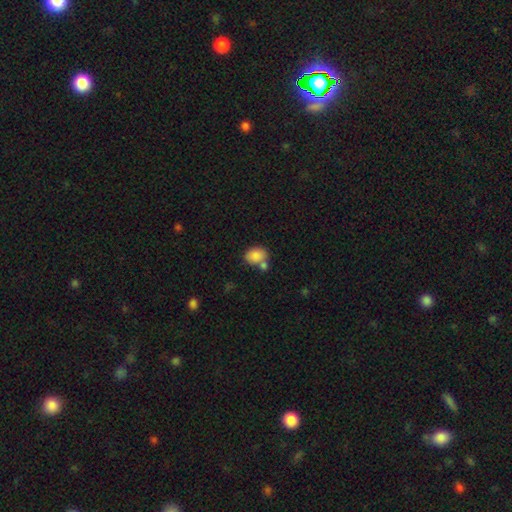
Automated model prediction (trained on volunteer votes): This appears to be a smooth galaxy with no disk features (85%) that is in between round and cigar-shaped (63%). Merging: none (54%).